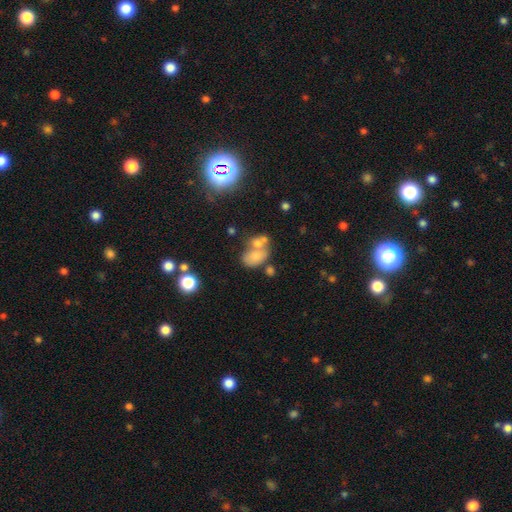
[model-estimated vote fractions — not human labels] This is likely a smooth galaxy (69%). How rounded: likely in between (78%). Merging: possibly merger (53%).